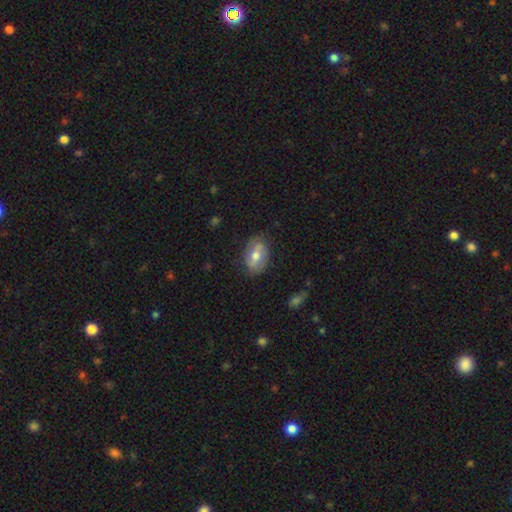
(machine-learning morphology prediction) The model was most divided on "smooth or featured" (2-way tie): featured or disk: 47%, smooth: 47%, star or artifact: 7%. More confident: merging — none (76%).